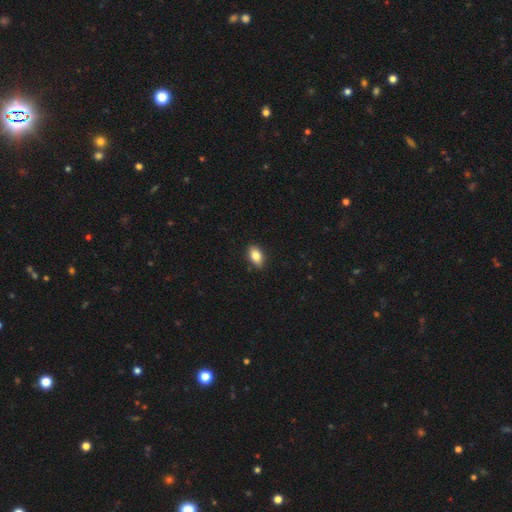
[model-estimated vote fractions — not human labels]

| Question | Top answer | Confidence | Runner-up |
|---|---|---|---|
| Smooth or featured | smooth | 85% | star or artifact (8%) |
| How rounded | in between | 89% | round (8%) |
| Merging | none | 89% | minor disturbance (9%) |